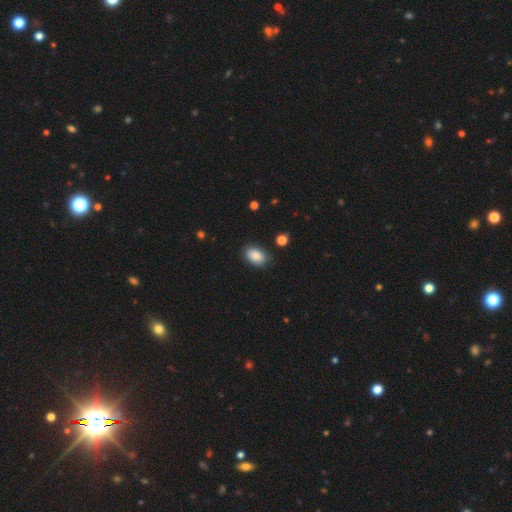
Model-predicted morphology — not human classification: This appears to be a smooth galaxy with no disk features (87%) that is in between round and cigar-shaped (88%). Merging: none (84%).